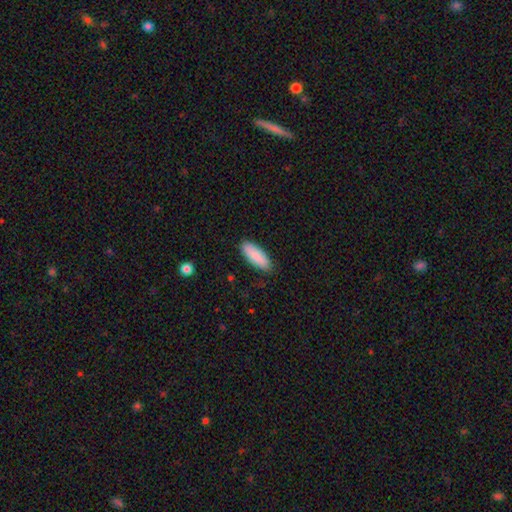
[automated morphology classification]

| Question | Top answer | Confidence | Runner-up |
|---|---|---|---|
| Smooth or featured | smooth | 89% | star or artifact (6%) |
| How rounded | in between | 66% | cigar-shaped (32%) |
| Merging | none | 87% | minor disturbance (10%) |